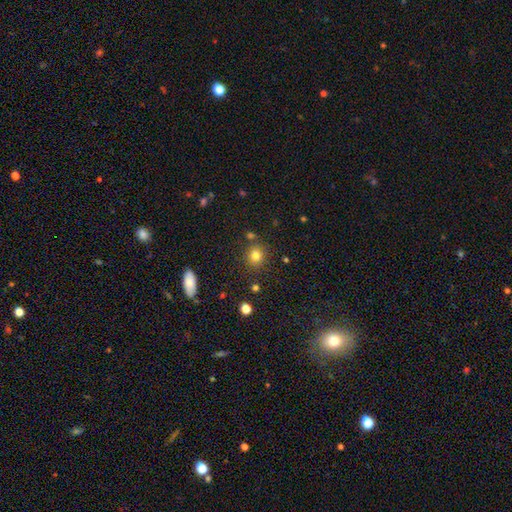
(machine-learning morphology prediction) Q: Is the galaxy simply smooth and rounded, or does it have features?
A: smooth — 80%.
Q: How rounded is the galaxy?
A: round — 82%.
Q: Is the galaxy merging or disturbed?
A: none — 81%.